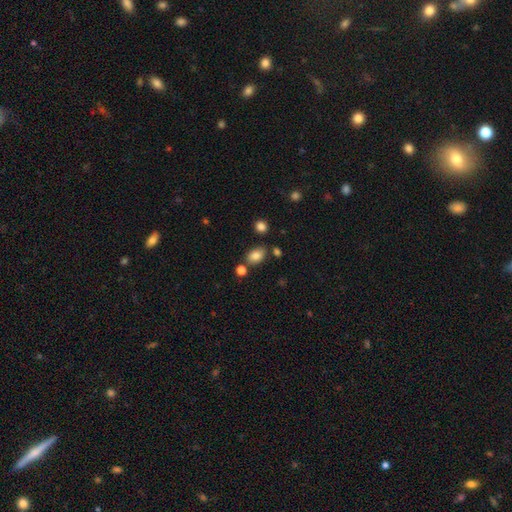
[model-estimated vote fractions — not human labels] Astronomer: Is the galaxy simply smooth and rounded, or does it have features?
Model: smooth — 83%.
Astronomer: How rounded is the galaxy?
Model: in between — 81%.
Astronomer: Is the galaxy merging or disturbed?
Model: none — 75%.